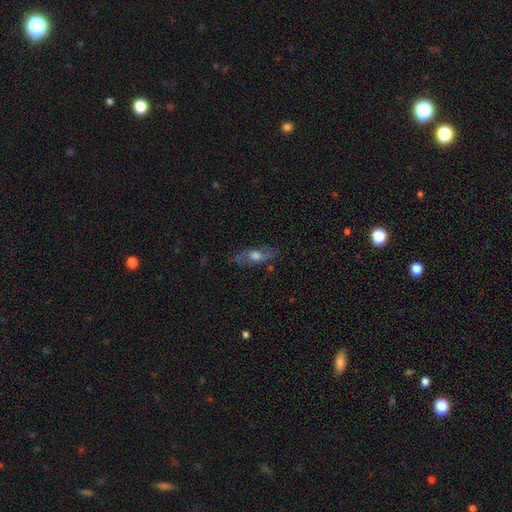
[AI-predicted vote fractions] This appears to be a featured or disk galaxy (47%). Merging: none (75%).